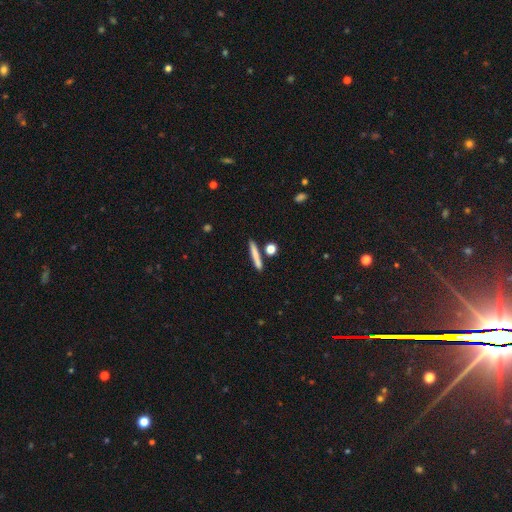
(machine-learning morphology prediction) A smooth galaxy with no disk features (75%) that is cigar-shaped (88%). Merging: none (83%).